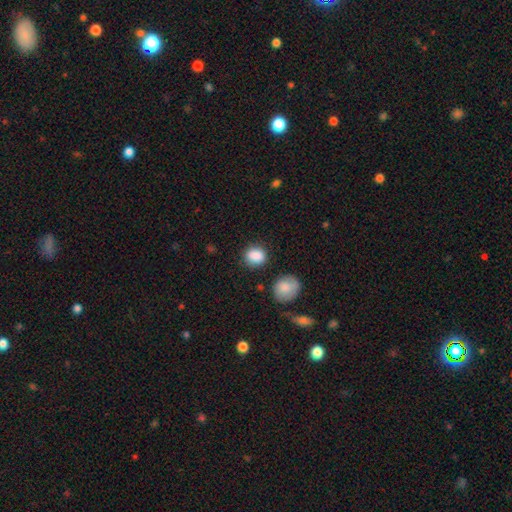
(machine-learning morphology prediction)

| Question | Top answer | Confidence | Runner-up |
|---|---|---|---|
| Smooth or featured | smooth | 88% | star or artifact (8%) |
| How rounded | round | 67% | in between (31%) |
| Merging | none | 78% | minor disturbance (14%) |